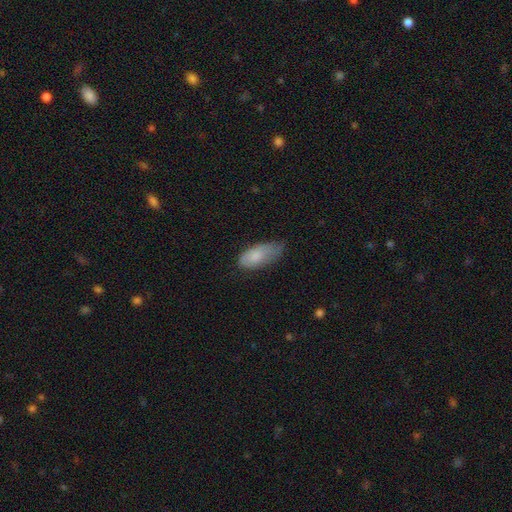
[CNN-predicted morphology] Smooth or featured? Predicted: smooth (p=0.80). How rounded? Predicted: in between (p=0.89). Merging? Predicted: minor disturbance (p=0.43, tied with none).